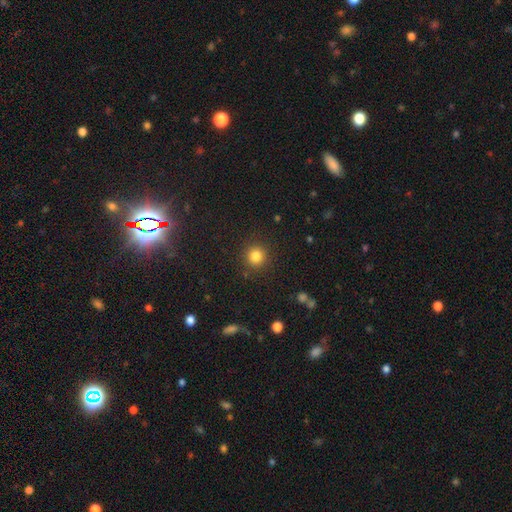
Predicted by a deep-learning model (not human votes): This appears to be a smooth galaxy with no disk features (83%) that is round (92%). Merging: none (89%).